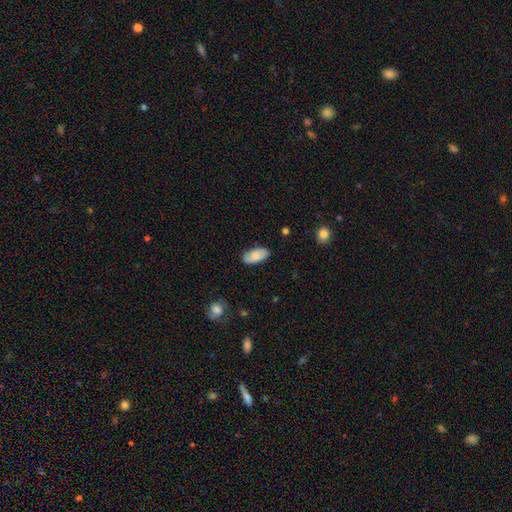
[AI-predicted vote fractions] Smooth or featured? Predicted: smooth (p=0.80). How rounded? Predicted: in between (p=0.93). Merging? Predicted: none (p=0.85).